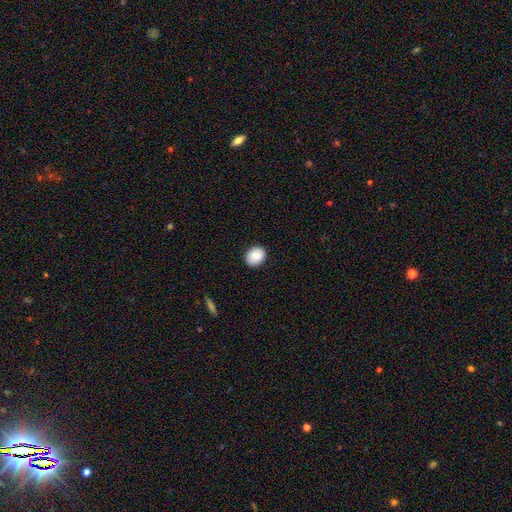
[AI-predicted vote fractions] smooth_or_featured: smooth (p=0.88) [alt: star or artifact p=0.07]
how_rounded: round (p=0.57) [alt: in between p=0.42]
merging: none (p=0.89) [alt: minor disturbance p=0.08]